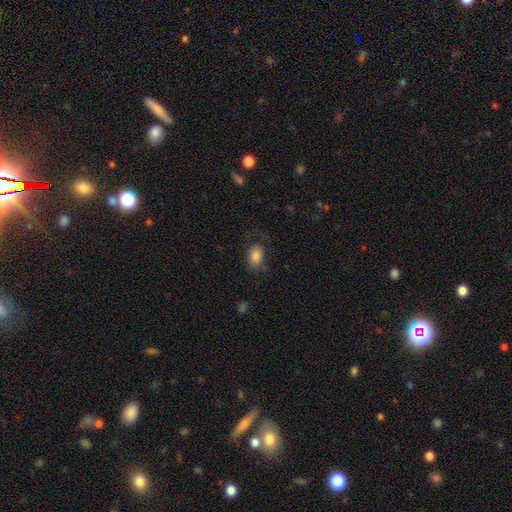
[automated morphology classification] A smooth galaxy with no disk features (83%) that is in between round and cigar-shaped (87%).

Vote fractions:
- Smooth or featured? smooth: 83% / featured or disk: 9% / star or artifact: 8%
- How rounded? in between: 87% / round: 12% / cigar-shaped: 1%
- Merging? none: 69% / minor disturbance: 19% / major disturbance: 10% / merger: 2%